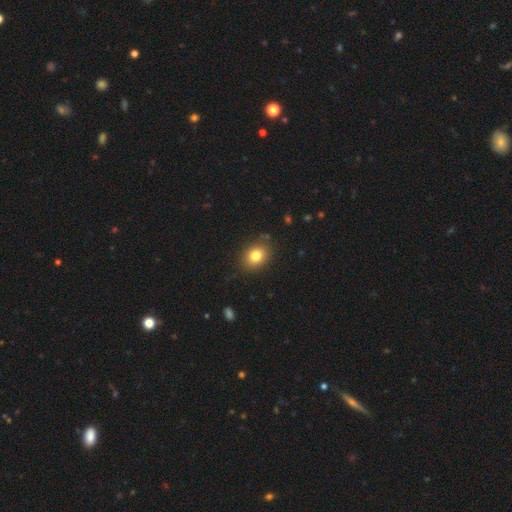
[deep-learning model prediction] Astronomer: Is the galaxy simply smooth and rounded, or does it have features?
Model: smooth — 81%.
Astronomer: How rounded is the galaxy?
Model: in between — 54% (runner-up: round, 45%).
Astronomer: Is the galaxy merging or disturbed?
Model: none — 85%.